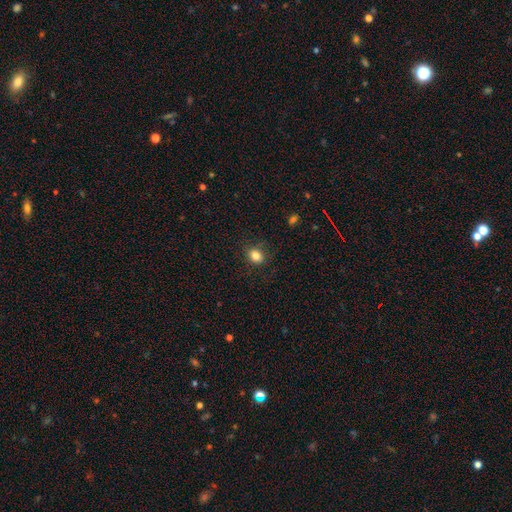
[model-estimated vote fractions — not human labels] Smooth or featured? Predicted: smooth (p=0.84). How rounded? Predicted: round (p=0.55). Merging? Predicted: none (p=0.82).